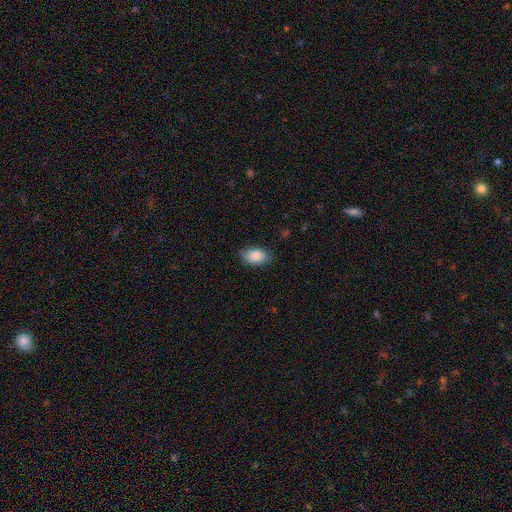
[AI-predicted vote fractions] Q: Smooth or featured?
A: smooth (86%); runner-up: featured or disk (7%)
Q: How rounded?
A: in between (91%); runner-up: round (6%)
Q: Merging?
A: none (79%); runner-up: minor disturbance (17%)